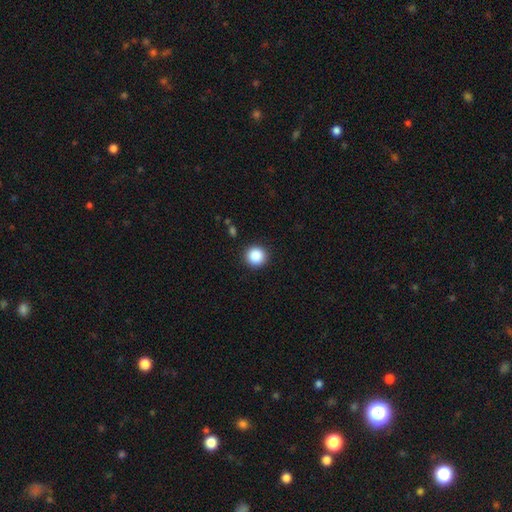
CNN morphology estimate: smooth 87%, star or artifact 10%, featured or disk 3%. Down the decision tree: how rounded — round (94%); merging — none (91%).